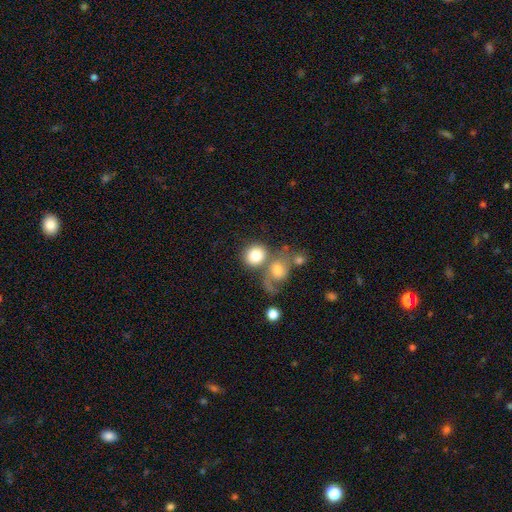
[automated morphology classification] smooth 79%, featured or disk 13%, star or artifact 8%. Down the decision tree: how rounded — round (76%); merging — none (44%).